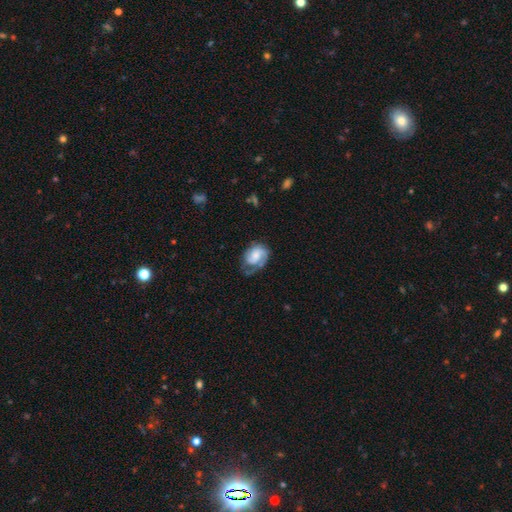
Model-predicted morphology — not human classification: Smooth or featured?
  - featured or disk: 68% *
  - smooth: 25%
  - star or artifact: 7%
Edge-on disk?
  - no: 97% *
  - yes: 3%
Bar?
  - no: 60% *
  - weak: 33%
  - strong: 7%
Spiral arms?
  - yes: 91% *
  - no: 9%
Spiral winding?
  - tight: 43% *
  - medium: 40%
  - loose: 17%
Spiral arm count?
  - 2: 49% *
  - 1: 29%
  - can't tell: 14%
  - 3: 5%
  - 4: 2%
  - more than 4: 1%
Bulge size?
  - moderate: 36% *
  - small: 28%
  - large: 18%
  - none: 15%
  - dominant: 3%
Merging?
  - none: 50% *
  - minor disturbance: 27%
  - major disturbance: 20%
  - merger: 2%